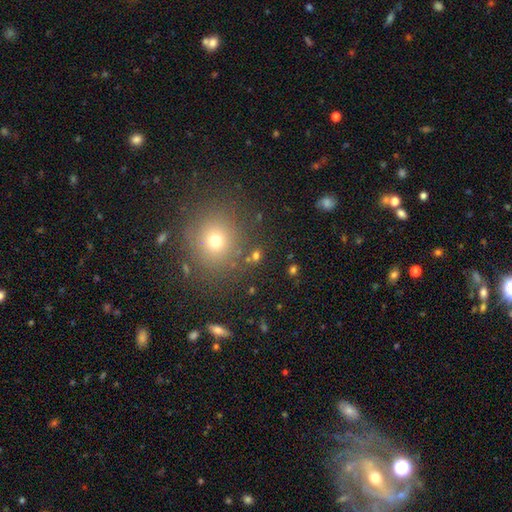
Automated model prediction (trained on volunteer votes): smooth 67%, star or artifact 24%, featured or disk 10%. Down the decision tree: how rounded — round (75%); merging — none (81%).